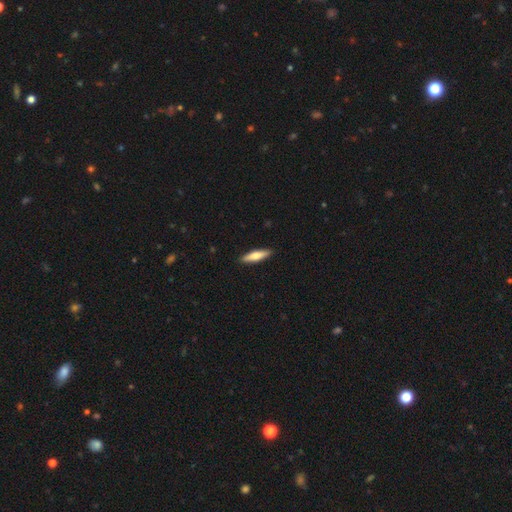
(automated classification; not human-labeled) A smooth galaxy with no disk features (66%) that is cigar-shaped (74%). Merging: none (91%).